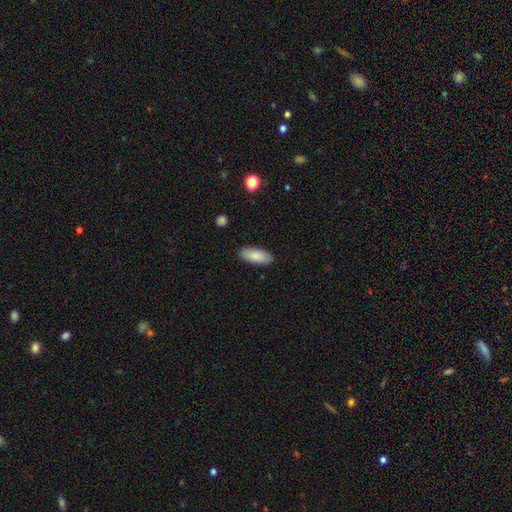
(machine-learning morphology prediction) Smooth or featured: smooth — 85% (featured or disk — 9%)
How rounded: in between — 84% (cigar-shaped — 14%)
Merging: none — 87% (minor disturbance — 10%)